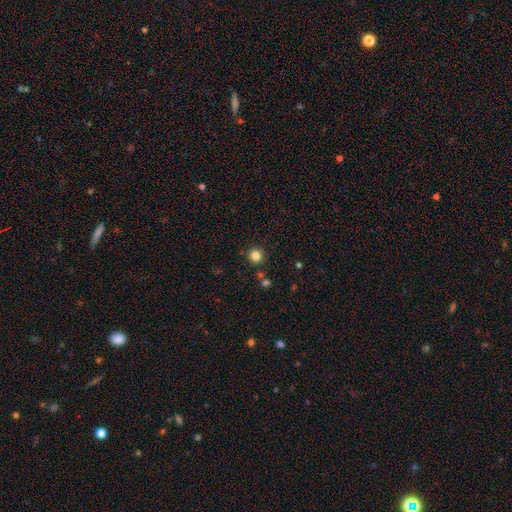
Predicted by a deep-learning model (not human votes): smooth-or-featured: smooth: 83% | star or artifact: 13% | featured or disk: 5%
  how-rounded: round: 93% | in between: 6% | cigar-shaped: 1%
  merging: none: 86% | minor disturbance: 7% | merger: 5% | major disturbance: 2%